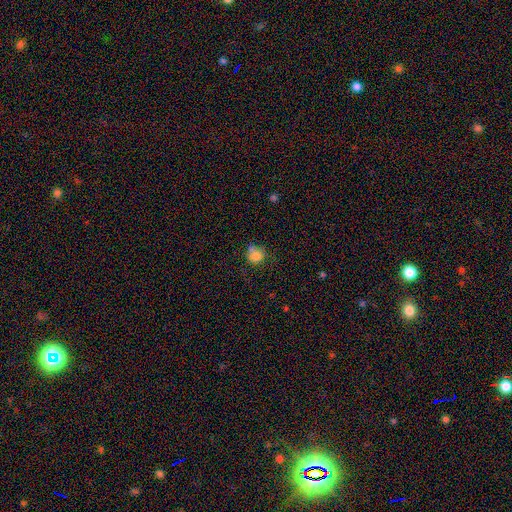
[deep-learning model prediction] Smooth or featured: smooth — 79% (star or artifact — 11%)
How rounded: round — 78% (in between — 21%)
Merging: none — 46% (merger — 23%)